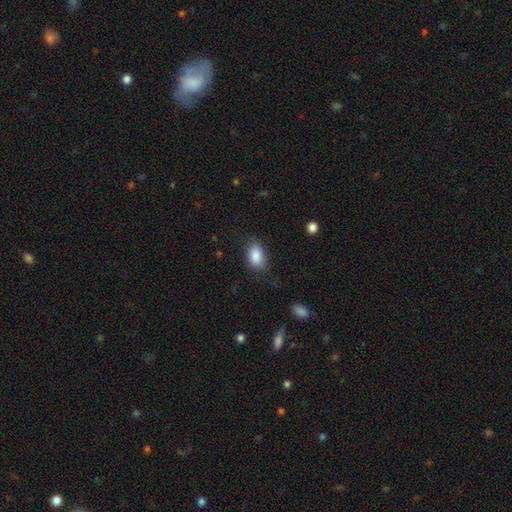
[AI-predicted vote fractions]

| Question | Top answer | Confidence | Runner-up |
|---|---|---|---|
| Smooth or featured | smooth | 88% | star or artifact (7%) |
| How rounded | in between | 89% | round (9%) |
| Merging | none | 75% | minor disturbance (18%) |